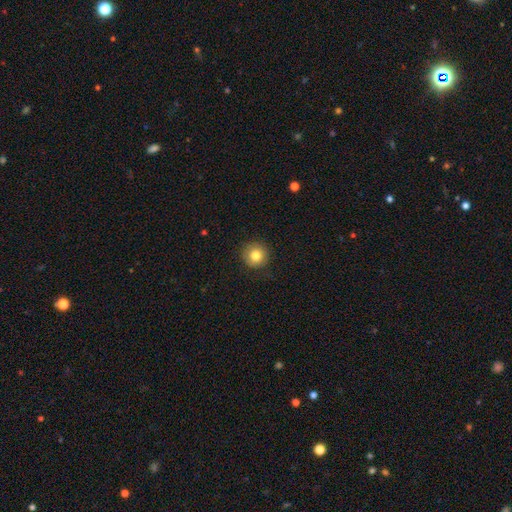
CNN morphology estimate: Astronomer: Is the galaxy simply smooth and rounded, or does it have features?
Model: smooth — 81%.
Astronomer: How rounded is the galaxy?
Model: round — 95%.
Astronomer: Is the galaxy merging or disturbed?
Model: none — 89%.